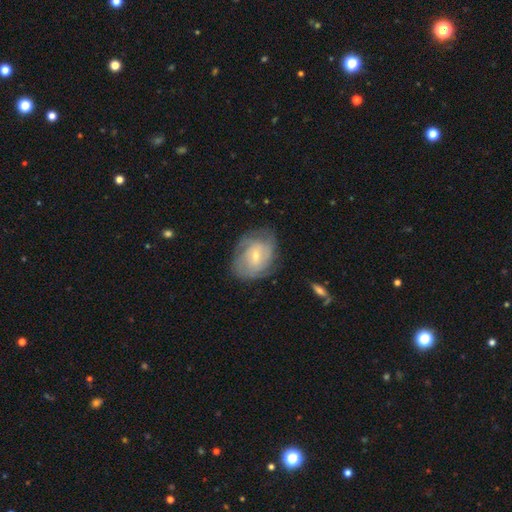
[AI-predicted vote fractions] The model was most divided on "bar": weak: 46%, no: 45%, strong: 9%. Remaining: edge-on disk — no (97%); spiral arms — yes (89%); smooth or featured — featured or disk (74%); merging — none (71%); bulge size — small (67%); spiral winding — tight (61%); spiral arm count — can't tell (41%).